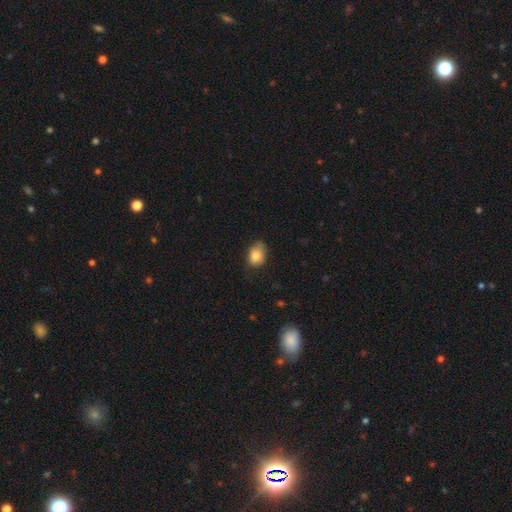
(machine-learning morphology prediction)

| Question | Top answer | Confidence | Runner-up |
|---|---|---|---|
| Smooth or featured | smooth | 82% | featured or disk (9%) |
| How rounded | in between | 73% | round (26%) |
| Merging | none | 61% | minor disturbance (32%) |